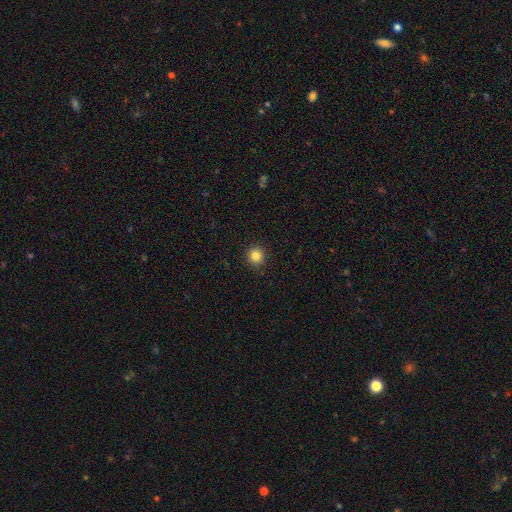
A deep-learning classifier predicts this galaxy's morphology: This is clearly a smooth galaxy (83%). How rounded: clearly round (94%). Merging: clearly none (93%).